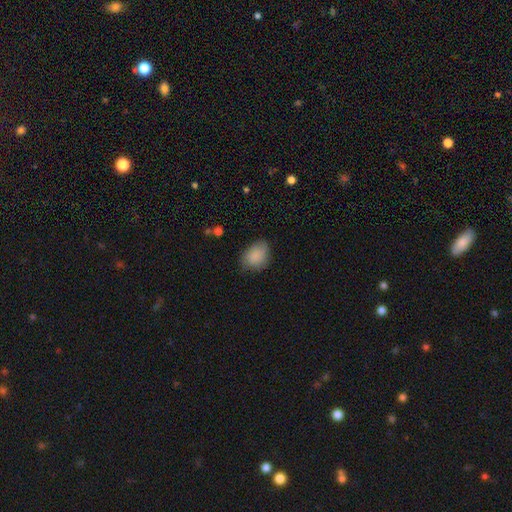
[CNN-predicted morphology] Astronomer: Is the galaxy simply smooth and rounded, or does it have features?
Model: smooth — 85%.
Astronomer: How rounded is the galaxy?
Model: in between — 68%.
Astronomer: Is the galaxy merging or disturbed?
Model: none — 67%.